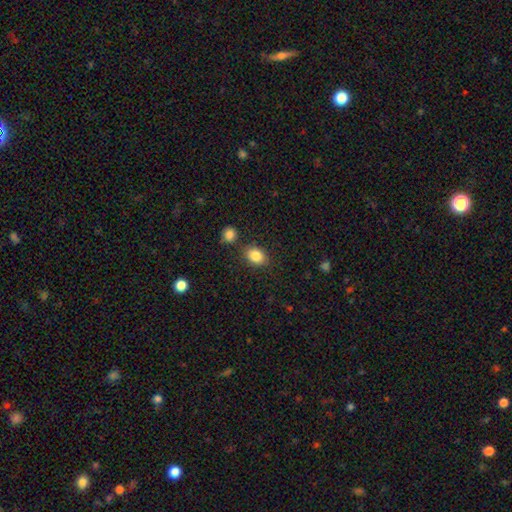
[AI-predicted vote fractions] A smooth galaxy with no disk features (85%) that is in between round and cigar-shaped (65%). Merging: none (81%).